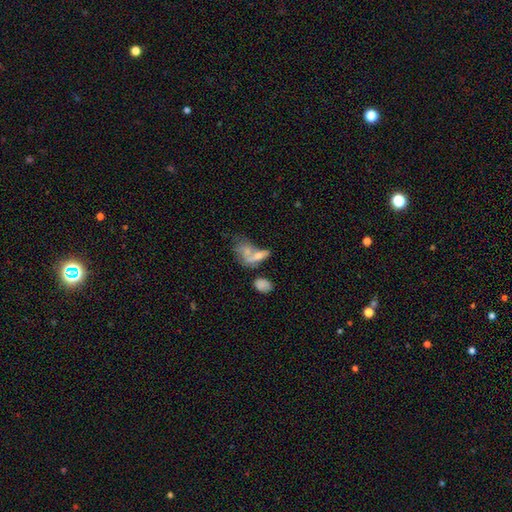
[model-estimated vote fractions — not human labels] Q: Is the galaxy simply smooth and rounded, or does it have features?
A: smooth — 55%.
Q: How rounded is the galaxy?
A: in between — 78%.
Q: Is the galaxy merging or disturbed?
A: merger — 47%.